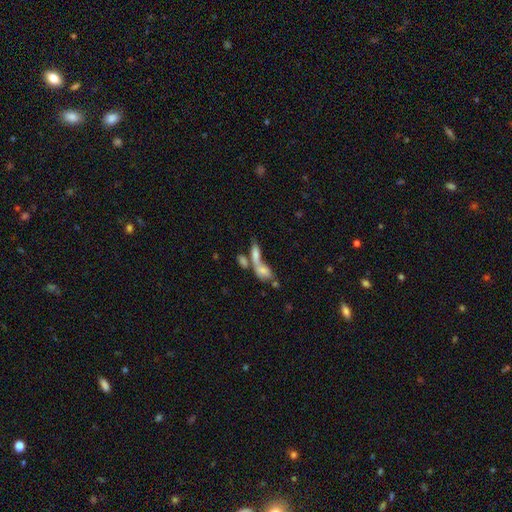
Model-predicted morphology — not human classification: This appears to be a smooth galaxy with no disk features (46%). Merging: merger (56%).